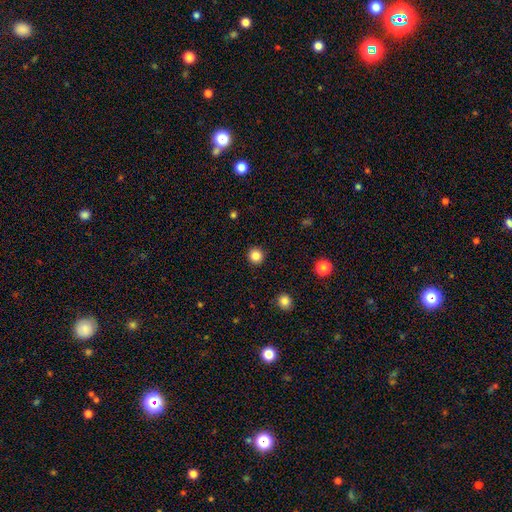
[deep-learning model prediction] The model was most divided on "smooth or featured": smooth: 85%, star or artifact: 11%, featured or disk: 4%. More confident: how rounded — round (95%); merging — none (93%).